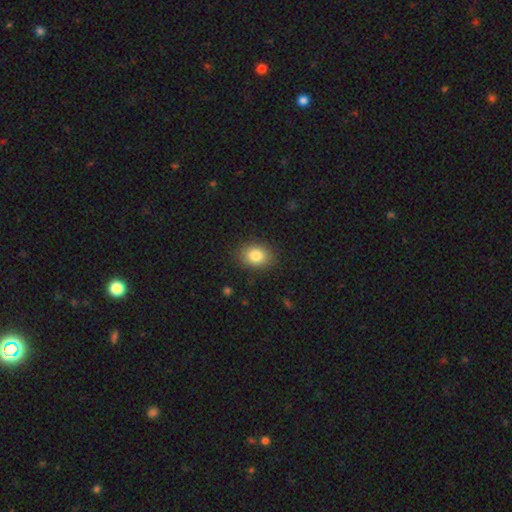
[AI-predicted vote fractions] Smooth or featured: smooth — 84% (star or artifact — 9%)
How rounded: in between — 63% (round — 36%)
Merging: none — 87% (minor disturbance — 9%)